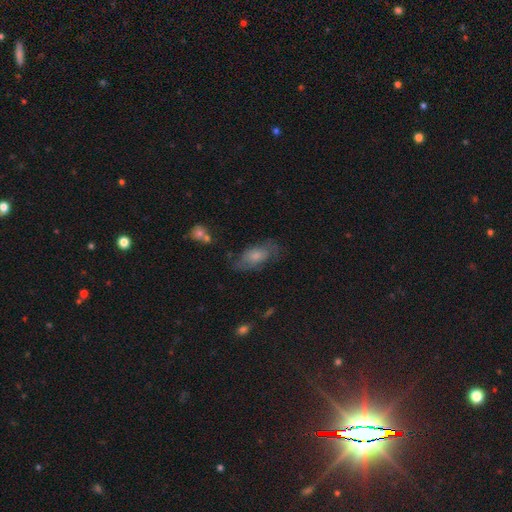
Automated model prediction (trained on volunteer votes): Overall: smooth (62%; featured or disk 29%). How rounded: in between (85%). Merging: none (62%; minor disturbance 24%).